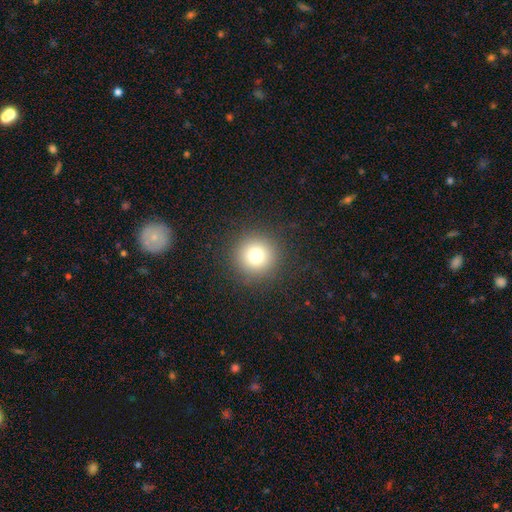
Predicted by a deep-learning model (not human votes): Smooth or featured? Predicted: smooth (p=0.77). How rounded? Predicted: round (p=0.95). Merging? Predicted: none (p=0.91).